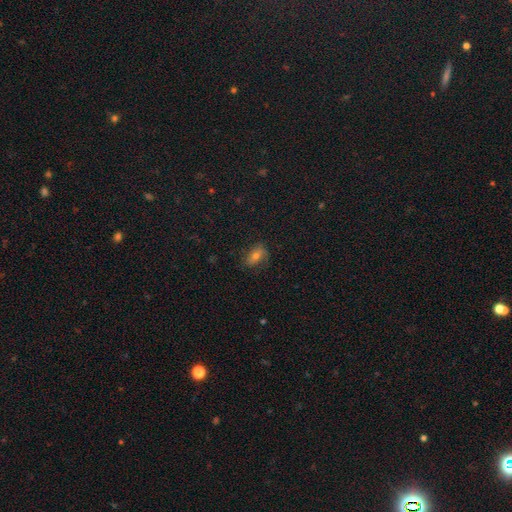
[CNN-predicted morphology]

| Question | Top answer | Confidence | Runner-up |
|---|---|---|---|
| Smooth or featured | smooth | 52% | featured or disk (31%) |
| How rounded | in between | 79% | round (15%) |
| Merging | none | 73% | minor disturbance (19%) |